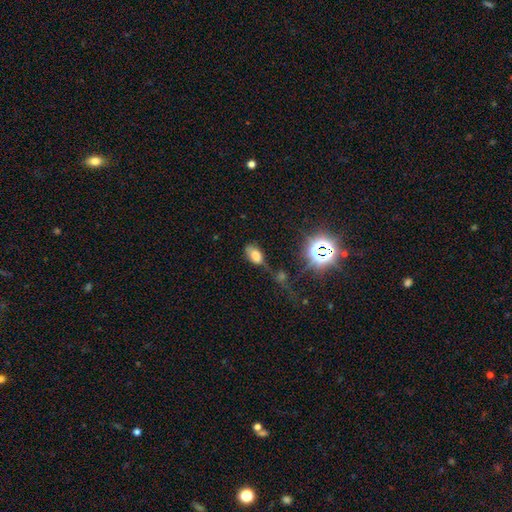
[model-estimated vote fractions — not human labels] Smooth or featured?
  - smooth: 67% *
  - star or artifact: 21%
  - featured or disk: 12%
How rounded?
  - in between: 89% *
  - round: 7%
  - cigar-shaped: 3%
Merging?
  - none: 47% *
  - minor disturbance: 29%
  - major disturbance: 16%
  - merger: 8%